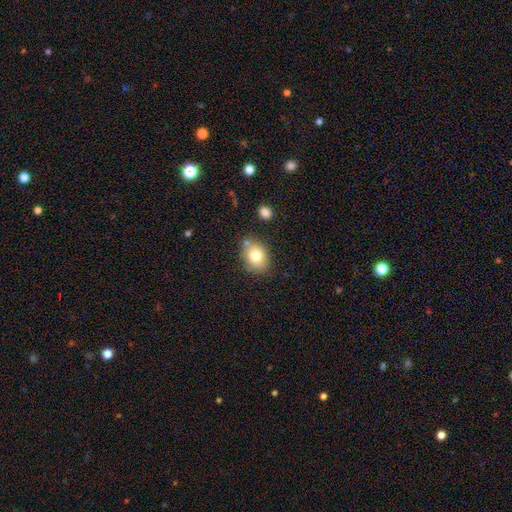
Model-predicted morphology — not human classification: type=smooth (78%); roundness=in between (57%); merging=none (72%).